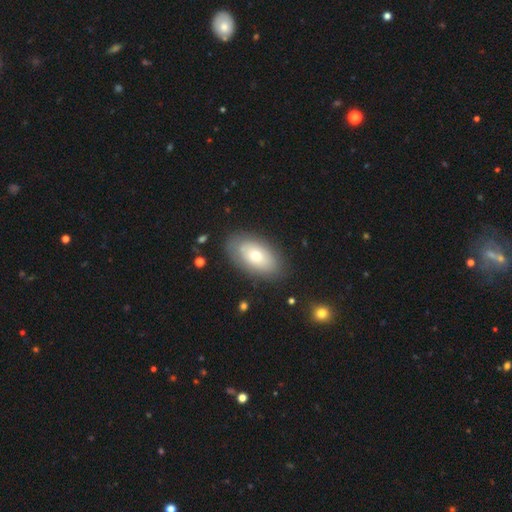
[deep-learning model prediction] Morphology: type=smooth (63%); roundness=in between (93%); merging=none (81%).